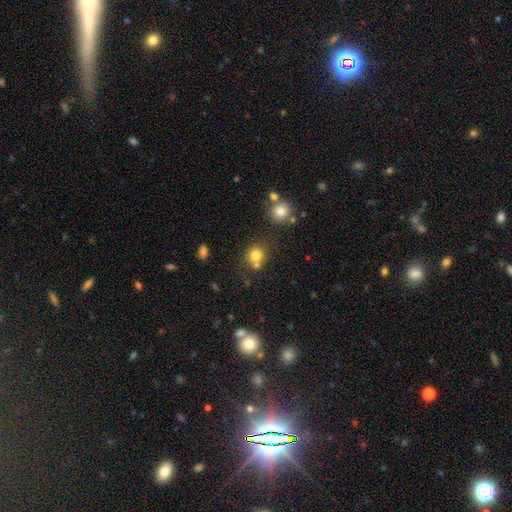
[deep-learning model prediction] A smooth galaxy with no disk features (78%) that is round (86%).

Vote fractions:
- Smooth or featured? smooth: 78% / star or artifact: 13% / featured or disk: 9%
- How rounded? round: 86% / in between: 13% / cigar-shaped: 1%
- Merging? none: 60% / merger: 26% / minor disturbance: 10% / major disturbance: 4%